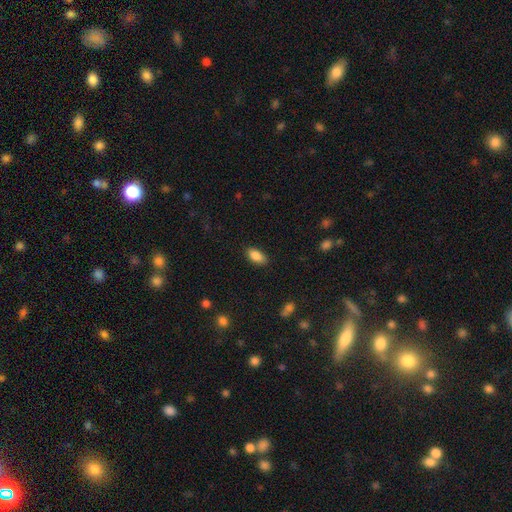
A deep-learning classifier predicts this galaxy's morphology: Smooth or featured? Predicted: smooth (p=0.88). How rounded? Predicted: in between (p=0.90). Merging? Predicted: none (p=0.84).